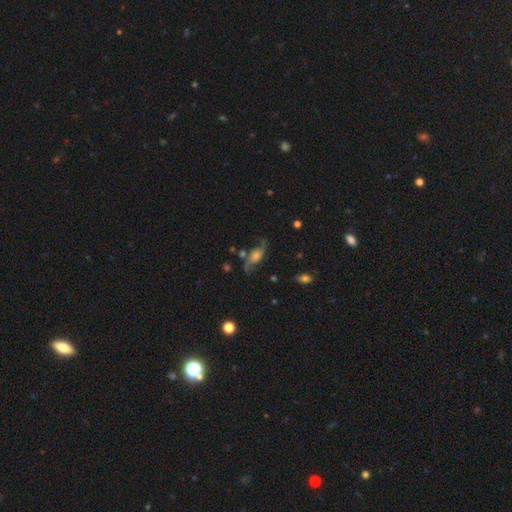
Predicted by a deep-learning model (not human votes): Smooth or featured?
  - featured or disk: 75% *
  - smooth: 15%
  - star or artifact: 10%
Edge-on disk?
  - no: 89% *
  - yes: 11%
Bar?
  - no: 61% *
  - weak: 31%
  - strong: 8%
Spiral arms?
  - yes: 93% *
  - no: 7%
Spiral winding?
  - loose: 76% *
  - medium: 19%
  - tight: 5%
Spiral arm count?
  - 2: 91% *
  - can't tell: 3%
  - 1: 3%
  - 3: 1%
  - 4: 1%
  - more than 4: 1%
Bulge size?
  - moderate: 33% *
  - large: 27%
  - small: 21%
  - none: 13%
  - dominant: 6%
Merging?
  - none: 67% *
  - minor disturbance: 18%
  - major disturbance: 11%
  - merger: 4%